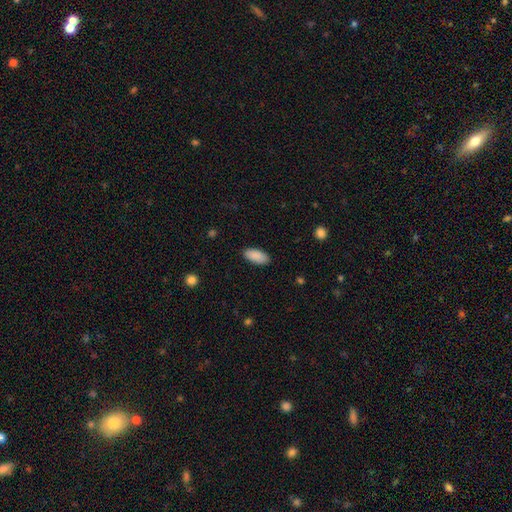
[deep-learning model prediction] A smooth galaxy with no disk features (90%) that is in between round and cigar-shaped (91%). Merging: none (88%).